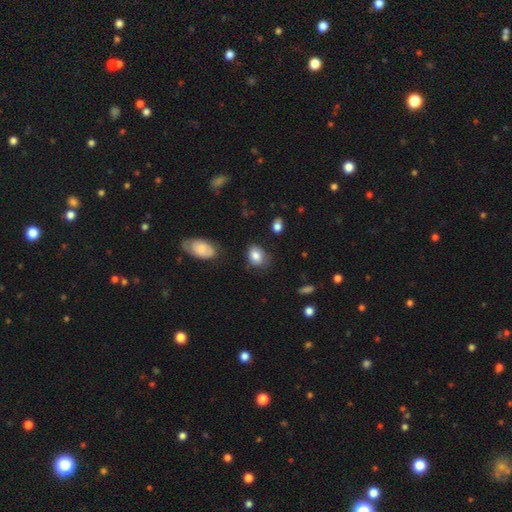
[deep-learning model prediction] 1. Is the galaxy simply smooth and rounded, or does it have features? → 82% smooth, 10% featured or disk, 8% star or artifact.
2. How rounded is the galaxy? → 63% in between, 36% round, 1% cigar-shaped.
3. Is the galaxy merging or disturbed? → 67% none, 24% minor disturbance, 6% major disturbance, 3% merger.